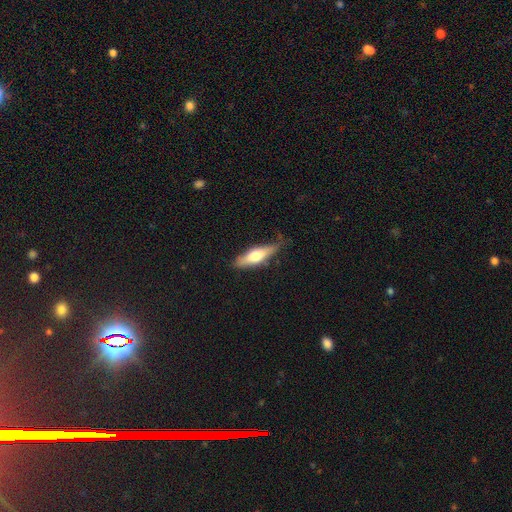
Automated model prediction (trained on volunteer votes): smooth 57%, featured or disk 37%, star or artifact 5%. Down the decision tree: how rounded — cigar-shaped (57%); merging — none (66%).